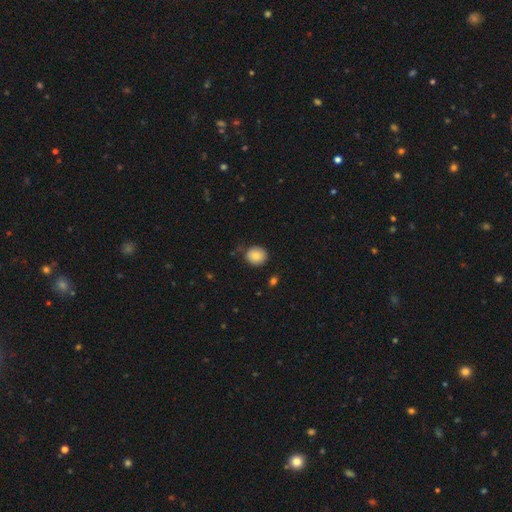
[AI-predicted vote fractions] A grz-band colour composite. It shows a smooth galaxy with no disk features (81%) that is round (82%). Merging: none (78%).